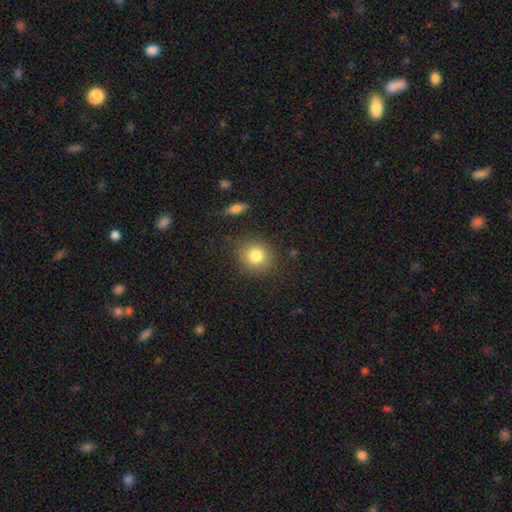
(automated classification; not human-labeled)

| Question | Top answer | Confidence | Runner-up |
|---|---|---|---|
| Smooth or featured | smooth | 81% | star or artifact (10%) |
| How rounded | round | 81% | in between (18%) |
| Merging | none | 83% | minor disturbance (10%) |